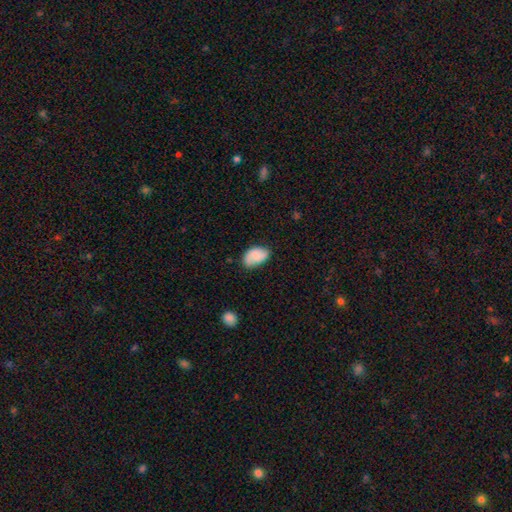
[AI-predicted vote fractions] A smooth galaxy with no disk features (69%) that is in between round and cigar-shaped (89%).

Vote fractions:
- Smooth or featured? smooth: 69% / featured or disk: 23% / star or artifact: 8%
- How rounded? in between: 89% / round: 10% / cigar-shaped: 1%
- Merging? none: 62% / minor disturbance: 29% / major disturbance: 7% / merger: 2%